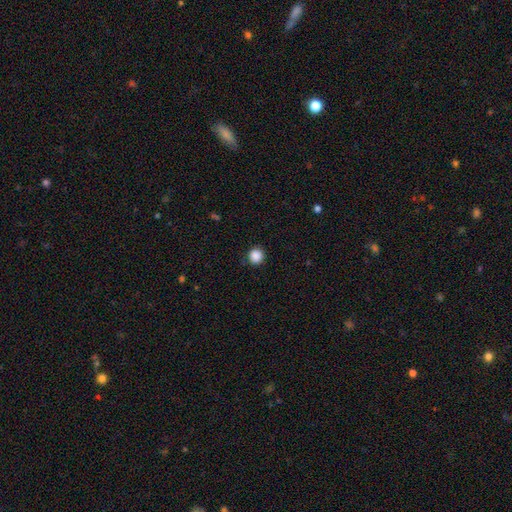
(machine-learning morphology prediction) Overall: smooth (87%). How rounded: round (93%). Merging: none (89%).